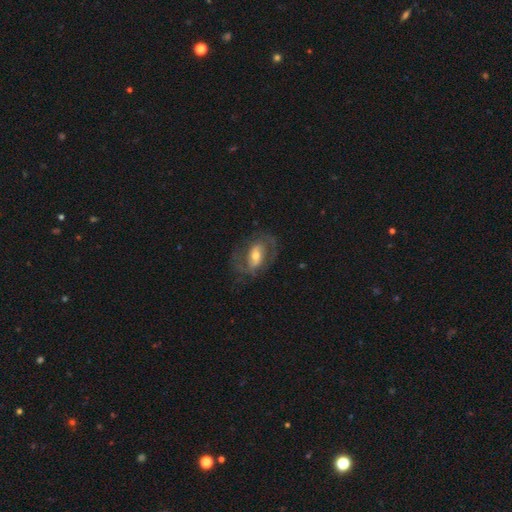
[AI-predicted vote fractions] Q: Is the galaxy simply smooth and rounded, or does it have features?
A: featured or disk — 72%.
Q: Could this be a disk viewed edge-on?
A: no — 95%.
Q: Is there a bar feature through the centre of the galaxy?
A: weak — 39%.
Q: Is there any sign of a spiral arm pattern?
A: yes — 79%.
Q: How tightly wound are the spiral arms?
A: medium — 50%.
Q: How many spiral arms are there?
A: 2 — 81%.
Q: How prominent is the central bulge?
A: moderate — 60%.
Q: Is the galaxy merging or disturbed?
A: none — 67%.